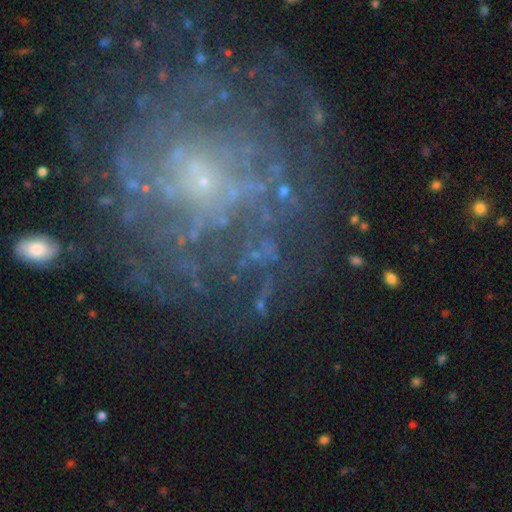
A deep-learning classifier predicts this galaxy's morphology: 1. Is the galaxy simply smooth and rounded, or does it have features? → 50% featured or disk, 34% star or artifact, 16% smooth.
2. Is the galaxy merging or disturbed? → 63% none, 16% minor disturbance, 15% major disturbance, 5% merger.